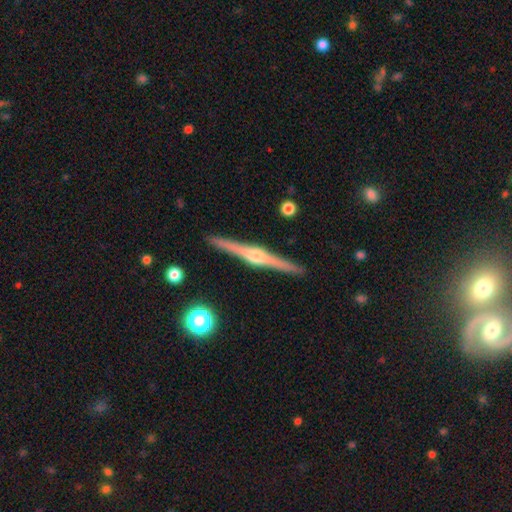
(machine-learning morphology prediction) Overall: featured or disk (84%). Edge-on disk: yes (99%). Edge-on bulge: rounded (93%). Merging: none (93%).